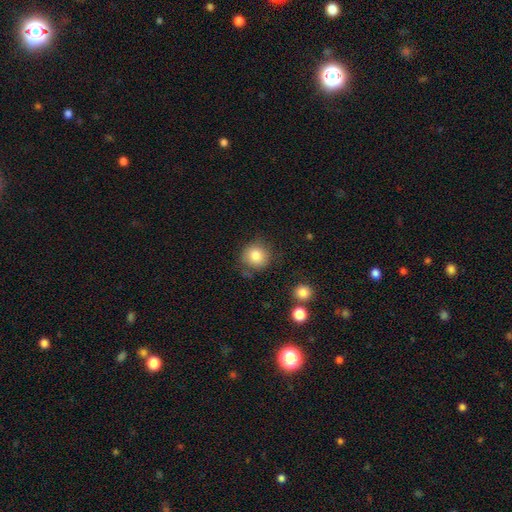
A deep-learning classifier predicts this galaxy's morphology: The model was most divided on "merging": none: 77%, minor disturbance: 15%, major disturbance: 4%, merger: 4%. More confident: how rounded — round (89%); smooth or featured — smooth (83%).